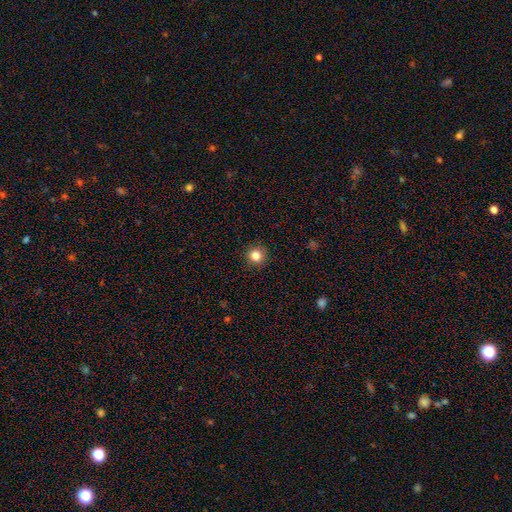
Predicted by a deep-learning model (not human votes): Smooth or featured? Predicted: smooth (p=0.83). How rounded? Predicted: round (p=0.93). Merging? Predicted: none (p=0.91).